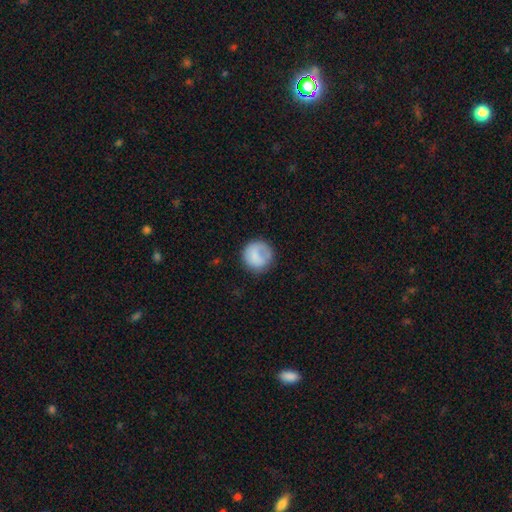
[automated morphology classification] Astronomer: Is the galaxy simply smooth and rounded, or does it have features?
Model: smooth — 79%.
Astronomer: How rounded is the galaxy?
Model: round — 92%.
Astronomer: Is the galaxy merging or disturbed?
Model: none — 72%.